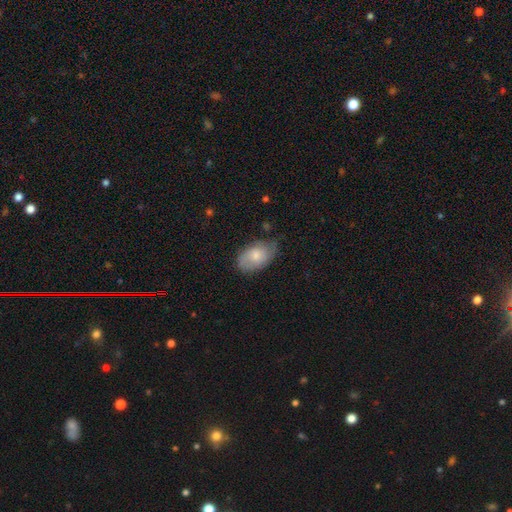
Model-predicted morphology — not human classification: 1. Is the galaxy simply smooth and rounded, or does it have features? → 64% smooth, 30% featured or disk, 6% star or artifact.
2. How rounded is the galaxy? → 90% in between, 8% round, 2% cigar-shaped.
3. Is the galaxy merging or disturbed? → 60% none, 31% minor disturbance, 7% major disturbance, 2% merger.